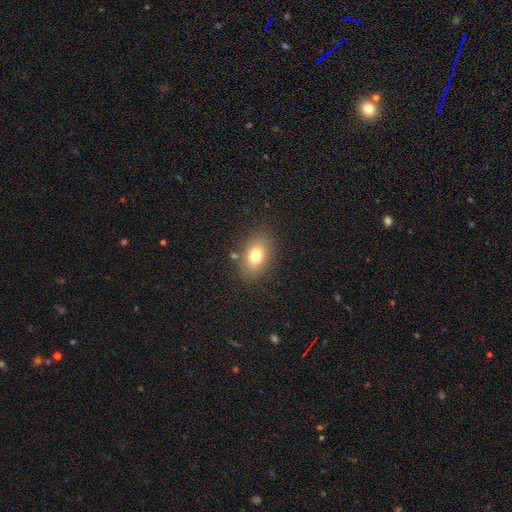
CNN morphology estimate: Smooth or featured? Predicted: smooth (p=0.76). How rounded? Predicted: in between (p=0.79). Merging? Predicted: none (p=0.82).